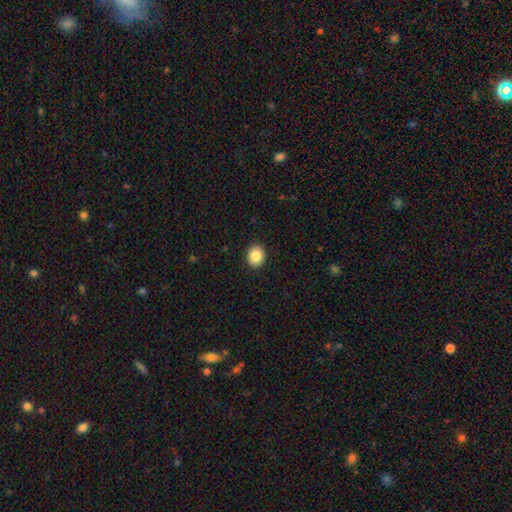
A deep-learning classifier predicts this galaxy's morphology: Smooth or featured: smooth — 86% (star or artifact — 9%)
How rounded: round — 63% (in between — 36%)
Merging: none — 91% (minor disturbance — 6%)